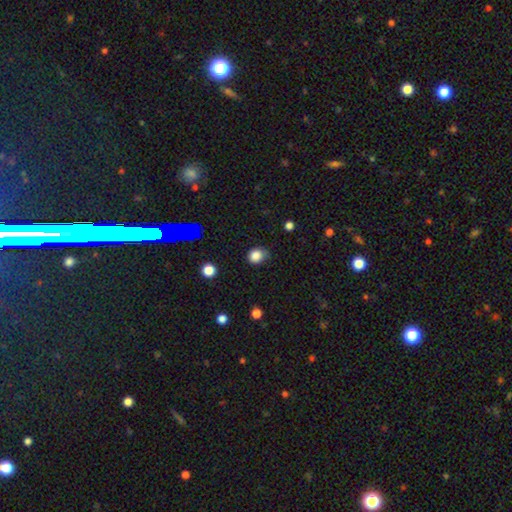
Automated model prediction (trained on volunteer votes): Smooth or featured? smooth (83%)
How rounded? round (67%)
Merging? none (69%)